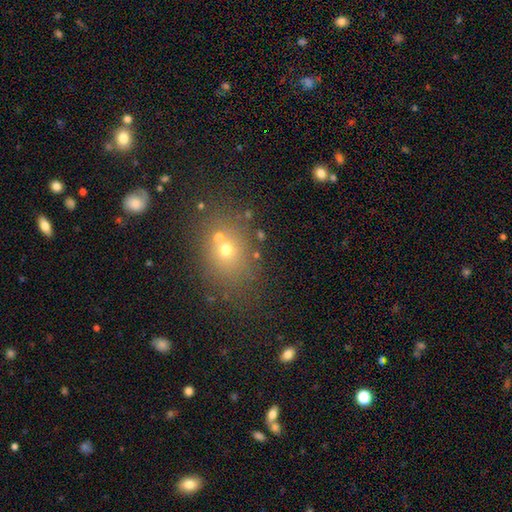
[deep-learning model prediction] A smooth galaxy with no disk features (57%) that is in between round and cigar-shaped (51%).

Vote fractions:
- Smooth or featured? smooth: 57% / star or artifact: 24% / featured or disk: 19%
- How rounded? in between: 51% / round: 47% / cigar-shaped: 1%
- Merging? none: 62% / merger: 22% / minor disturbance: 11% / major disturbance: 5%